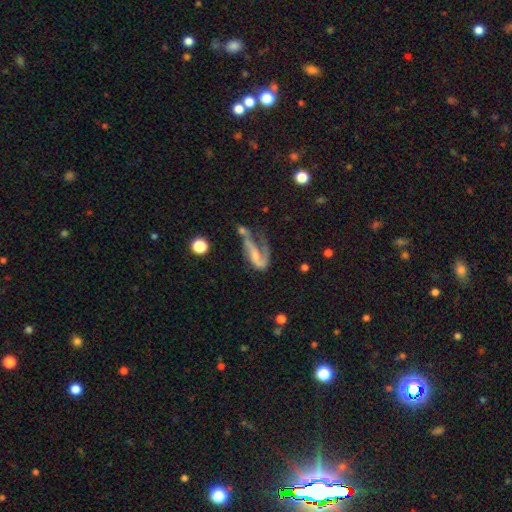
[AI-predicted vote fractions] Morphology: type=featured or disk (70%); edge-on=no (93%); bar=no (47%); spiral arms=yes (81%); winding=loose (58%); arm count=1 (45%); bulge=small (45%); merging=major disturbance (40%).